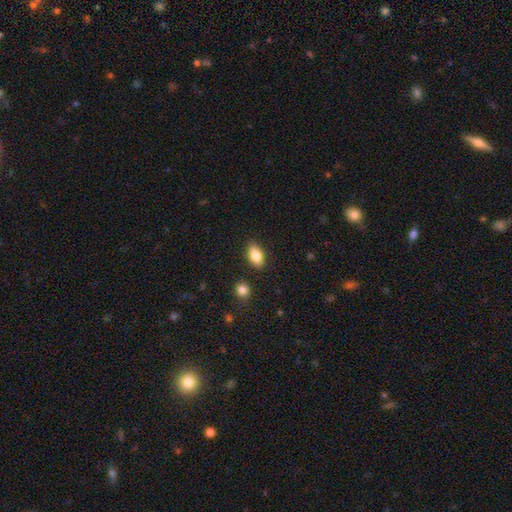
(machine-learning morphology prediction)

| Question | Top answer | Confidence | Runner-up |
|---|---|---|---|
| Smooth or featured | smooth | 85% | star or artifact (8%) |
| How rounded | in between | 89% | round (6%) |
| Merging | none | 86% | minor disturbance (10%) |